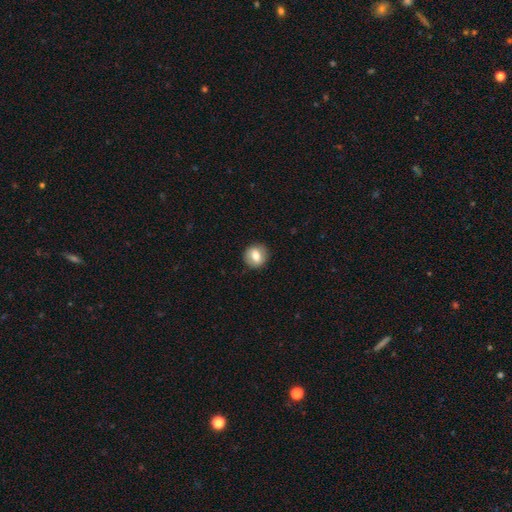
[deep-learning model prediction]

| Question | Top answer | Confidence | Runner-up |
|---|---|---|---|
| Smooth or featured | smooth | 70% | featured or disk (22%) |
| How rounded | round | 83% | in between (16%) |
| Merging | none | 88% | minor disturbance (9%) |